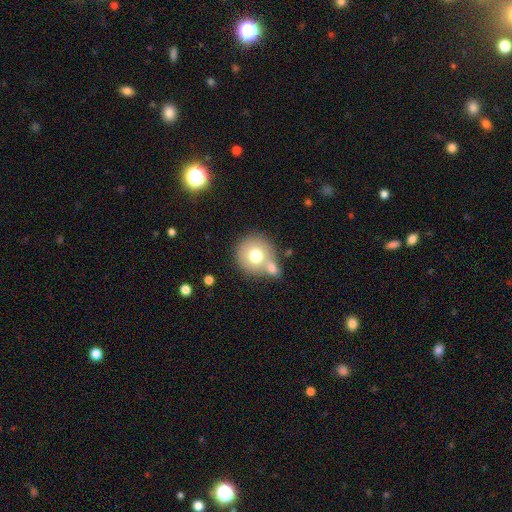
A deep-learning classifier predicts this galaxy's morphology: smooth 71%, featured or disk 19%, star or artifact 10%. Down the decision tree: how rounded — round (91%); merging — none (52%).